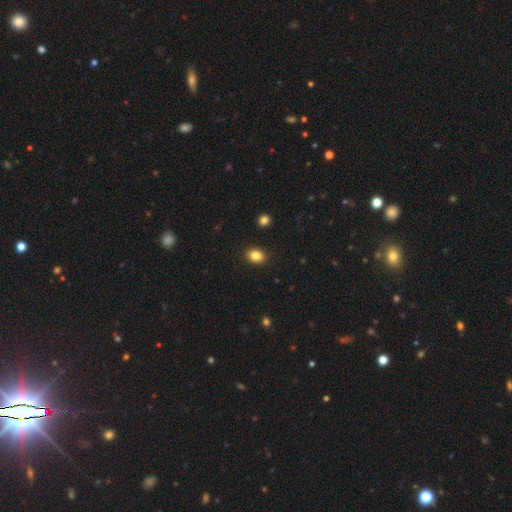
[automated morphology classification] This appears to be a smooth galaxy with no disk features (85%) that is in between round and cigar-shaped (64%). Merging: none (89%).